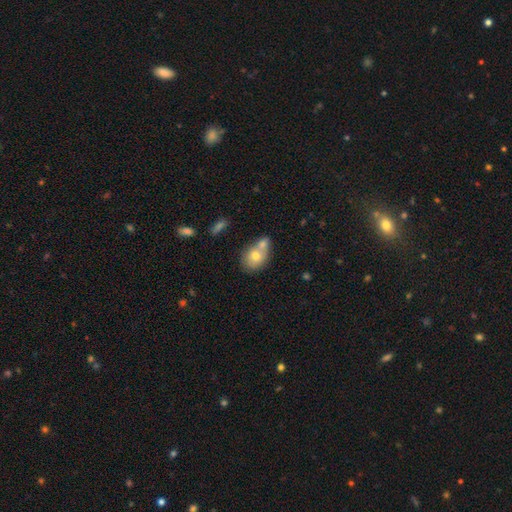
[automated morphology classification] Smooth or featured?
  - smooth: 70% *
  - featured or disk: 22%
  - star or artifact: 8%
How rounded?
  - in between: 57% *
  - round: 42%
  - cigar-shaped: 1%
Merging?
  - merger: 58% *
  - none: 27%
  - minor disturbance: 11%
  - major disturbance: 4%